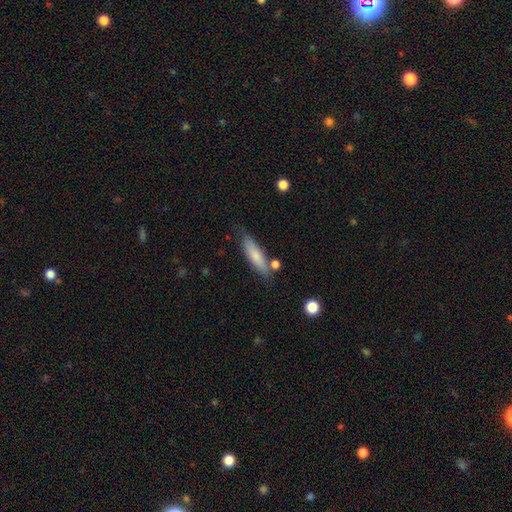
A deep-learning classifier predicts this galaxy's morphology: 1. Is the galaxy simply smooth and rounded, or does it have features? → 77% smooth, 17% featured or disk, 6% star or artifact.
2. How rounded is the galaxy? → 67% cigar-shaped, 31% in between, 2% round.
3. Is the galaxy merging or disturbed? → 72% none, 17% minor disturbance, 6% merger, 4% major disturbance.